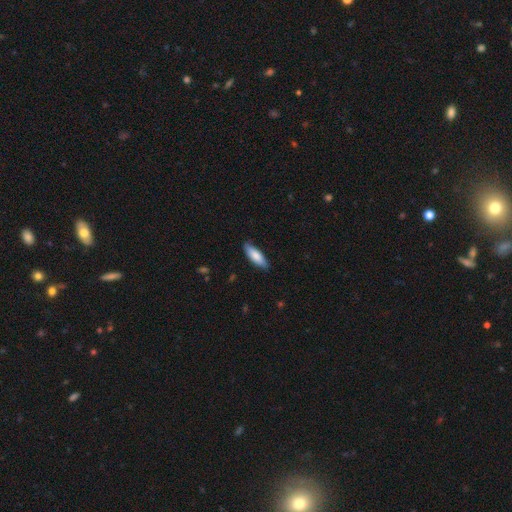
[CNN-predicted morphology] Smooth or featured: smooth — 81% (featured or disk — 14%)
How rounded: in between — 54% (cigar-shaped — 45%)
Merging: none — 84% (minor disturbance — 13%)